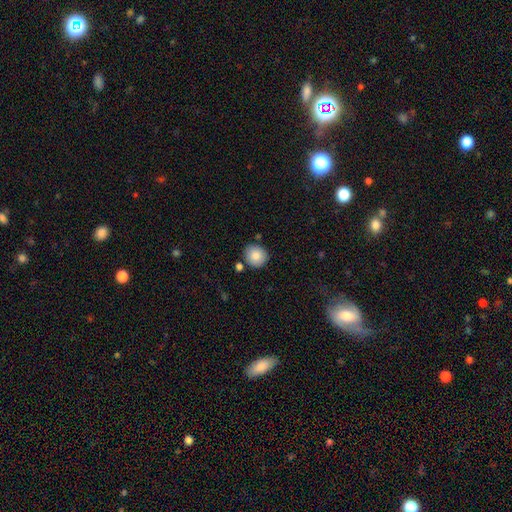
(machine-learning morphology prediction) This appears to be a smooth galaxy with no disk features (85%) that is round (89%). Merging: none (82%).